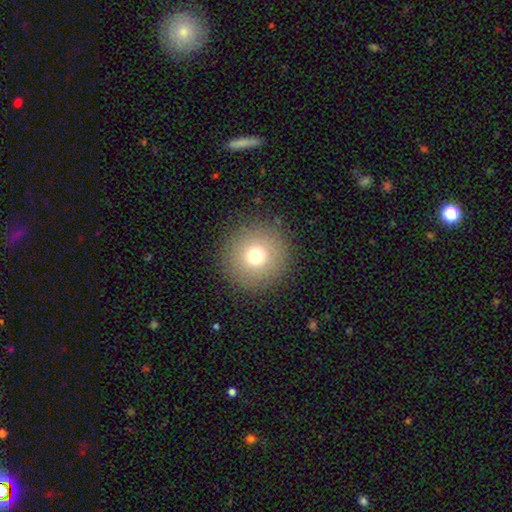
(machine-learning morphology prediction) Q: Smooth or featured?
A: smooth (72%); runner-up: star or artifact (16%)
Q: How rounded?
A: round (96%); runner-up: in between (3%)
Q: Merging?
A: none (90%); runner-up: minor disturbance (6%)